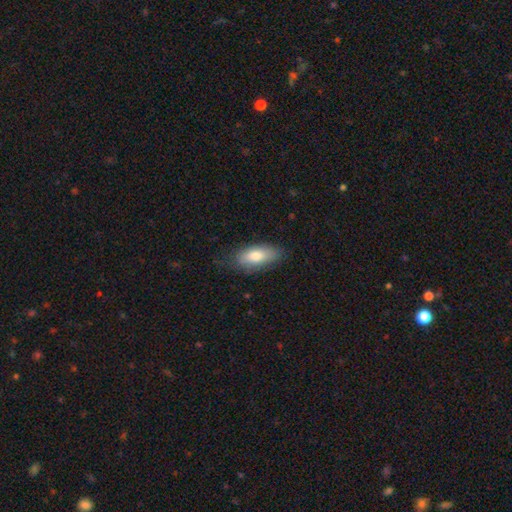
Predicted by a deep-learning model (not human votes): Smooth or featured: smooth — 79% (featured or disk — 14%)
How rounded: in between — 84% (cigar-shaped — 14%)
Merging: none — 74% (minor disturbance — 20%)